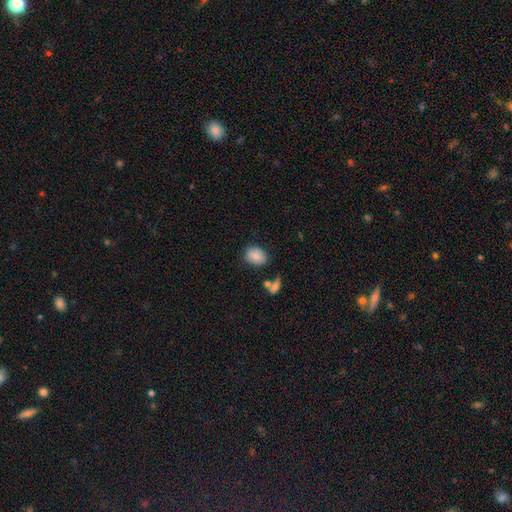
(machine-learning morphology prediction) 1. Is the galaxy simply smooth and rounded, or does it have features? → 82% smooth, 10% featured or disk, 9% star or artifact.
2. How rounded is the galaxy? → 66% in between, 33% round, 1% cigar-shaped.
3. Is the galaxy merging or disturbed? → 71% none, 17% minor disturbance, 7% merger, 4% major disturbance.